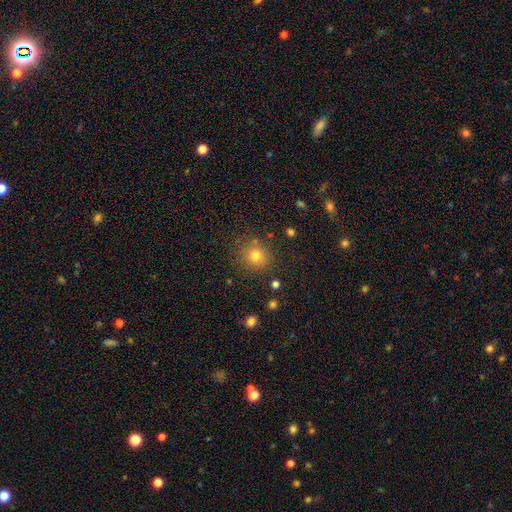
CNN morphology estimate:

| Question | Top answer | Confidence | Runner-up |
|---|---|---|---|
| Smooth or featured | smooth | 77% | star or artifact (15%) |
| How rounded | round | 87% | in between (12%) |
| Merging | none | 82% | minor disturbance (10%) |